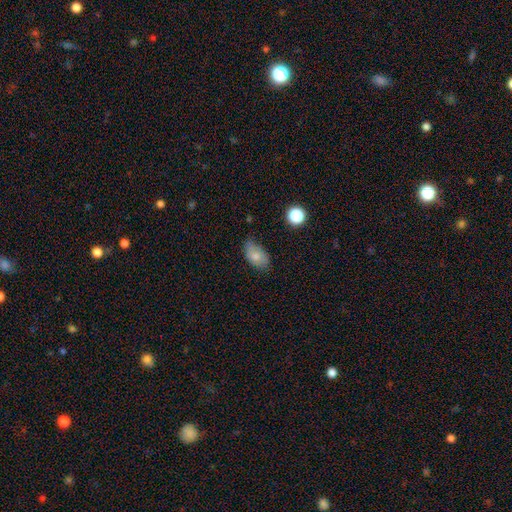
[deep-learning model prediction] This is likely a smooth galaxy (78%). How rounded: clearly in between (91%). Merging: likely none (63%).